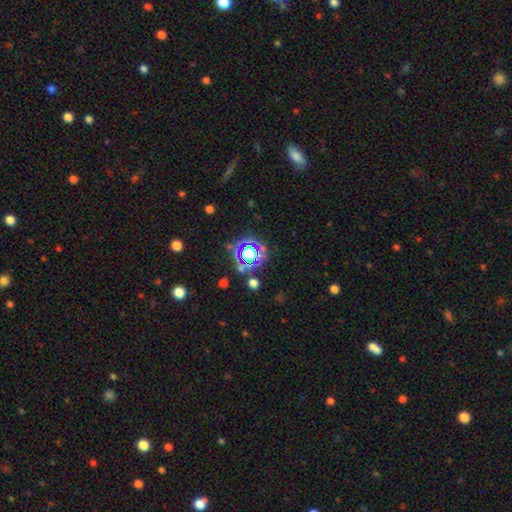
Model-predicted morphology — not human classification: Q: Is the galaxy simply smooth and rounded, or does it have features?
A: star or artifact — 70%.